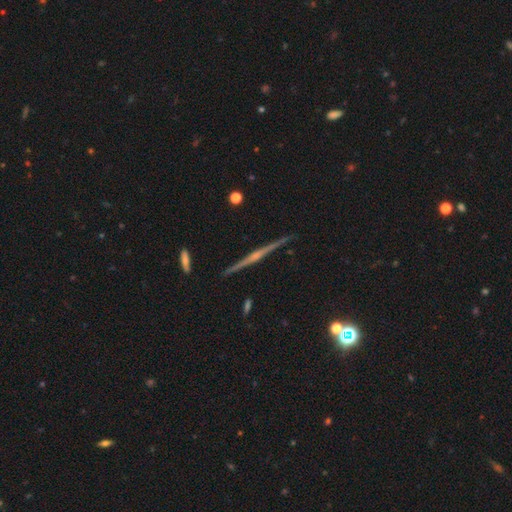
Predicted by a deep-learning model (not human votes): Q: Smooth or featured?
A: featured or disk (83%); runner-up: smooth (10%)
Q: Edge-on disk?
A: yes (98%); runner-up: no (2%)
Q: Edge-on bulge?
A: rounded (67%); runner-up: none (22%)
Q: Merging?
A: none (92%); runner-up: minor disturbance (6%)